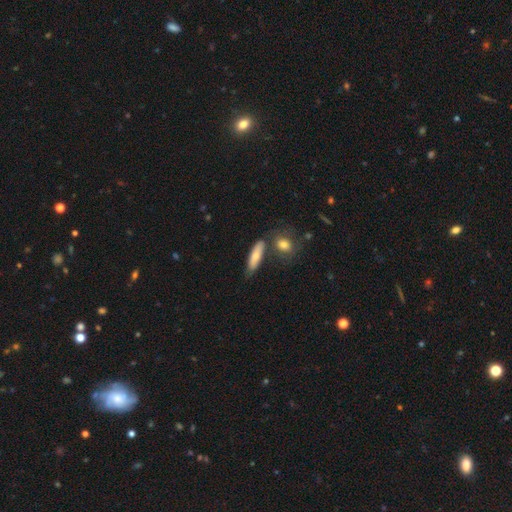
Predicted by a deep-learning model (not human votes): Smooth or featured: smooth — 71% (featured or disk — 23%)
How rounded: cigar-shaped — 60% (in between — 37%)
Merging: none — 64% (merger — 16%)